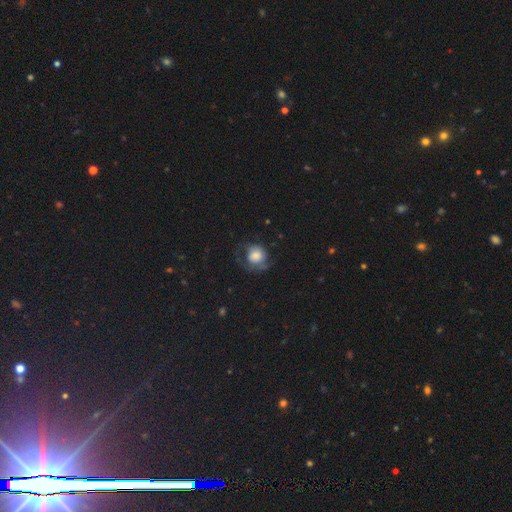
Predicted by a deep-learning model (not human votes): Q: Smooth or featured?
A: smooth (60%); runner-up: featured or disk (31%)
Q: How rounded?
A: round (76%); runner-up: in between (23%)
Q: Merging?
A: none (44%); runner-up: major disturbance (28%)